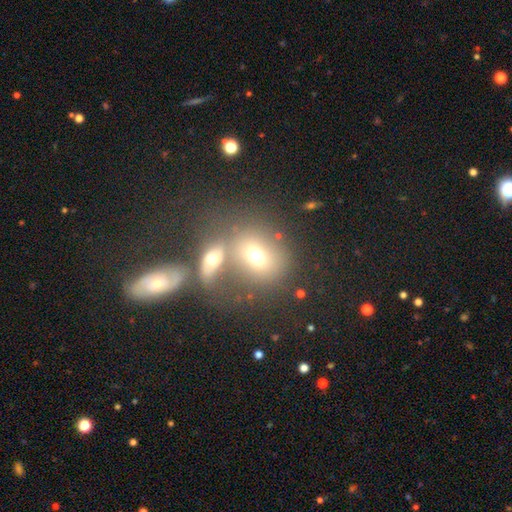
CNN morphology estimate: A smooth galaxy with no disk features (67%) that is round (54%).

Vote fractions:
- Smooth or featured? smooth: 67% / featured or disk: 19% / star or artifact: 13%
- How rounded? round: 54% / in between: 44% / cigar-shaped: 2%
- Merging? merger: 41% (tied) / none: 41% (tied) / minor disturbance: 10% / major disturbance: 8%